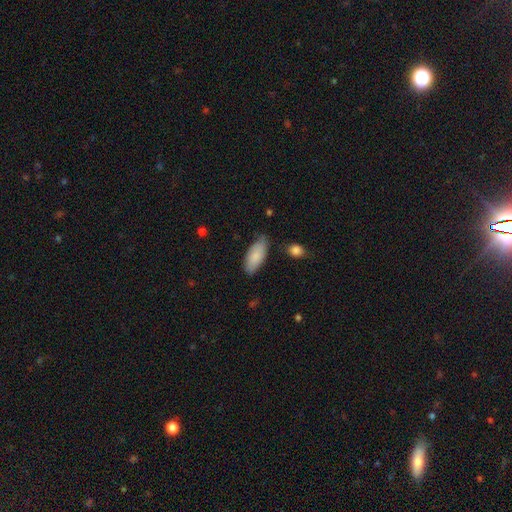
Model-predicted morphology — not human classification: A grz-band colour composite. It shows a smooth galaxy with no disk features (85%) that is in between round and cigar-shaped (85%). Merging: none (72%).